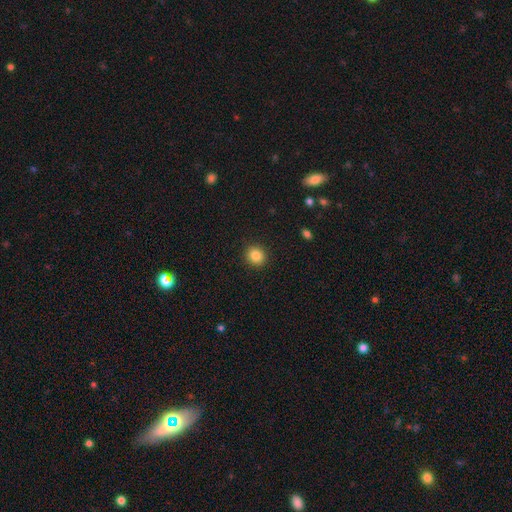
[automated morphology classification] Smooth or featured: smooth — 85% (star or artifact — 10%)
How rounded: round — 85% (in between — 14%)
Merging: none — 92% (minor disturbance — 6%)